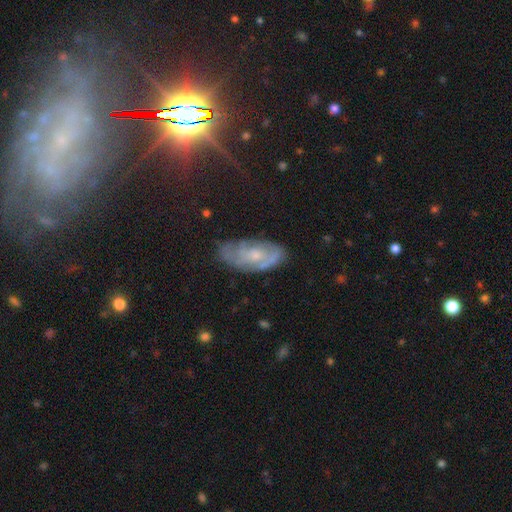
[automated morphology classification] This appears to be a featured or disk galaxy (63%) with no bar (74%), spiral arms (76%) and a small central bulge (55%). Merging: none (67%).